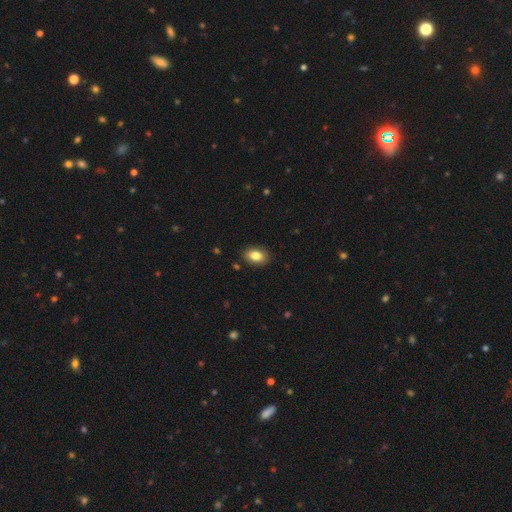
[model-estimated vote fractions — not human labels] smooth 84%, featured or disk 8%, star or artifact 8%. Down the decision tree: how rounded — in between (86%); merging — none (89%).